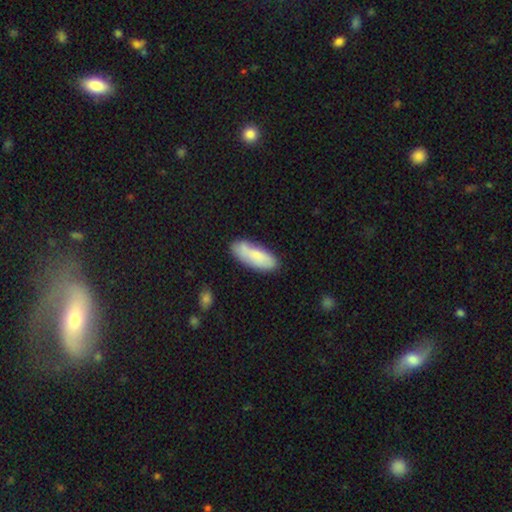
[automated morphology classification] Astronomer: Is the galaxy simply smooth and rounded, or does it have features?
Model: smooth — 74%.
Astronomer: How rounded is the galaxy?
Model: in between — 71%.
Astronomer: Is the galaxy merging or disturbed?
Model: none — 67%.